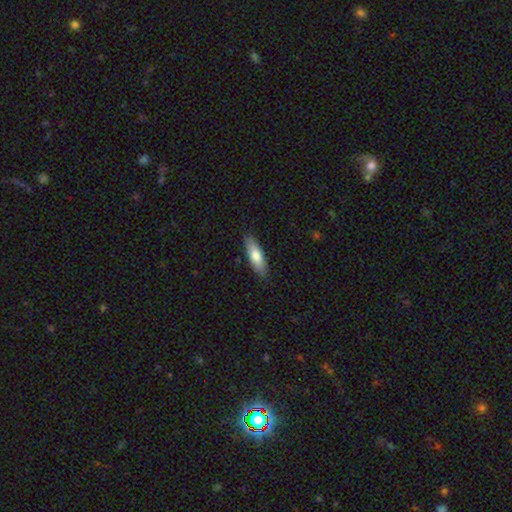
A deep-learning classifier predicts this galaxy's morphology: This is likely a smooth galaxy (74%). How rounded: possibly cigar-shaped (49%, tied with in between). Merging: clearly none (86%).